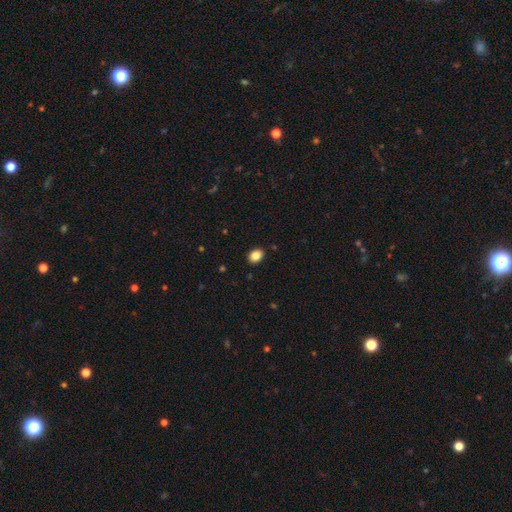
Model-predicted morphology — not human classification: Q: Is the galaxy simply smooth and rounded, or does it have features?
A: smooth — 86%.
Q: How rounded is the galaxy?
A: in between — 59%.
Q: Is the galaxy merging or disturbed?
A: none — 89%.